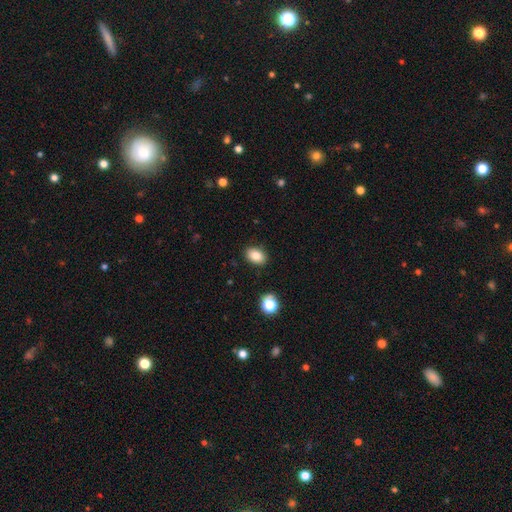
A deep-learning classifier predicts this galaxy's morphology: Overall: smooth (84%). How rounded: in between (81%). Merging: none (88%).